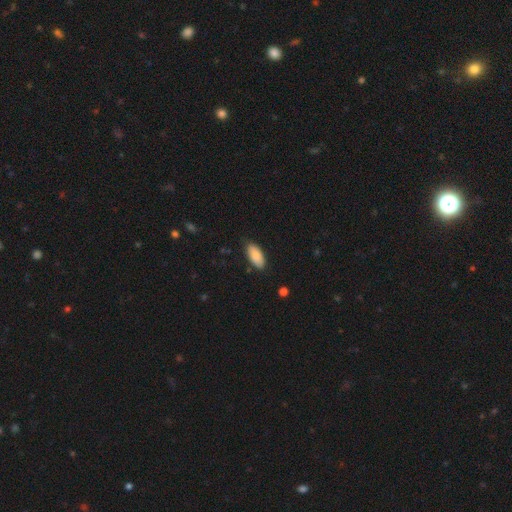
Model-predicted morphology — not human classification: Overall: smooth (88%). How rounded: in between (90%). Merging: none (84%).